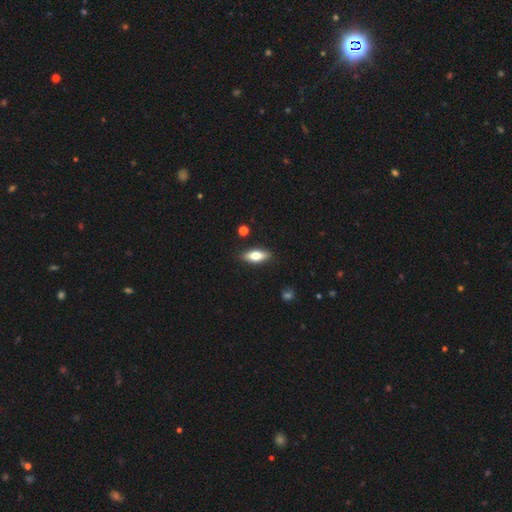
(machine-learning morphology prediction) A smooth galaxy with no disk features (66%) that is in between round and cigar-shaped (73%).

Vote fractions:
- Smooth or featured? smooth: 66% / featured or disk: 28% / star or artifact: 7%
- How rounded? in between: 73% / cigar-shaped: 23% / round: 3%
- Merging? none: 87% / minor disturbance: 9% / major disturbance: 2% / merger: 2%